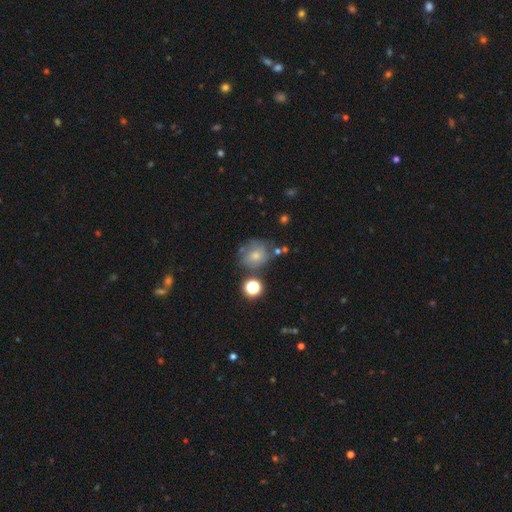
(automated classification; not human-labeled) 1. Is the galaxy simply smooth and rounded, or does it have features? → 62% smooth, 24% featured or disk, 14% star or artifact.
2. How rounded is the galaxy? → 75% round, 24% in between, 1% cigar-shaped.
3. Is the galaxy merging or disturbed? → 53% none, 23% minor disturbance, 13% merger, 11% major disturbance.